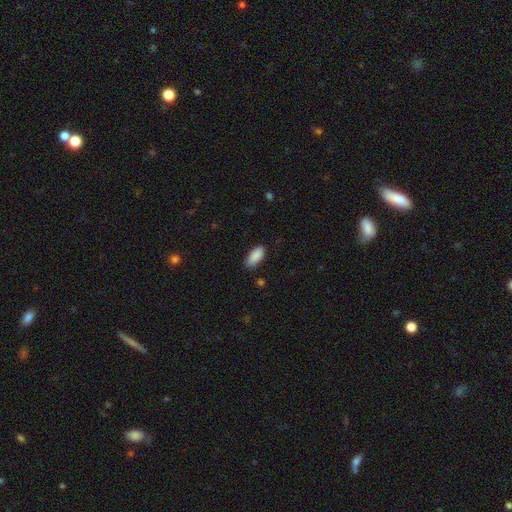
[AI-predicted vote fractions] A smooth galaxy with no disk features (90%) that is in between round and cigar-shaped (89%). Merging: none (82%).